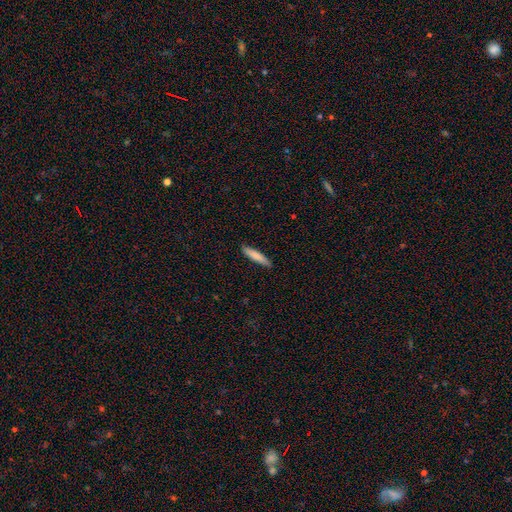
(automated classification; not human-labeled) smooth_or_featured: smooth (p=0.81) [alt: featured or disk p=0.14]
how_rounded: cigar-shaped (p=0.89) [alt: in between p=0.10]
merging: none (p=0.89) [alt: minor disturbance p=0.09]